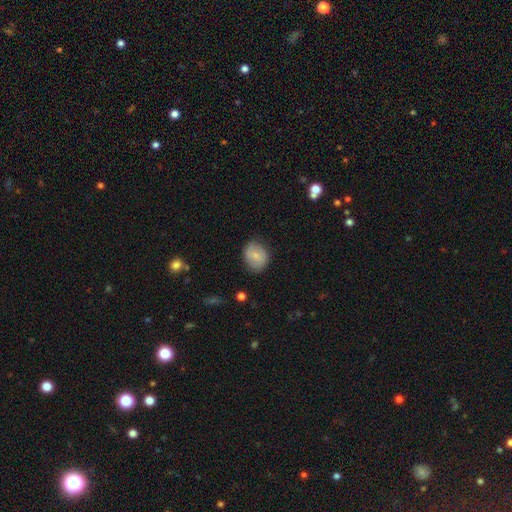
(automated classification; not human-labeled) A smooth galaxy with no disk features (76%) that is round (50%). Merging: none (77%).